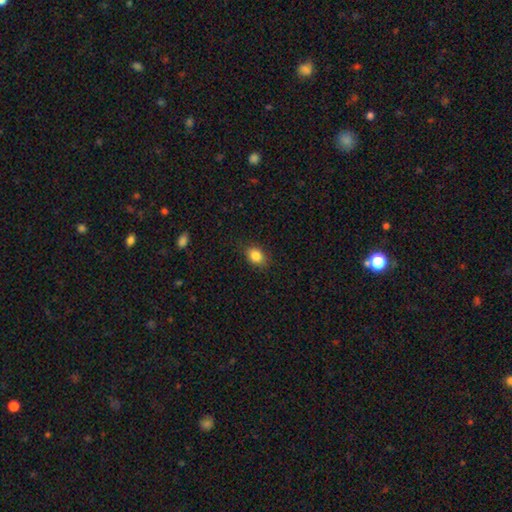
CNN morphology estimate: smooth-or-featured: smooth: 85% | star or artifact: 9% | featured or disk: 5%
  how-rounded: in between: 65% | round: 34% | cigar-shaped: 1%
  merging: none: 84% | minor disturbance: 12% | major disturbance: 3% | merger: 1%